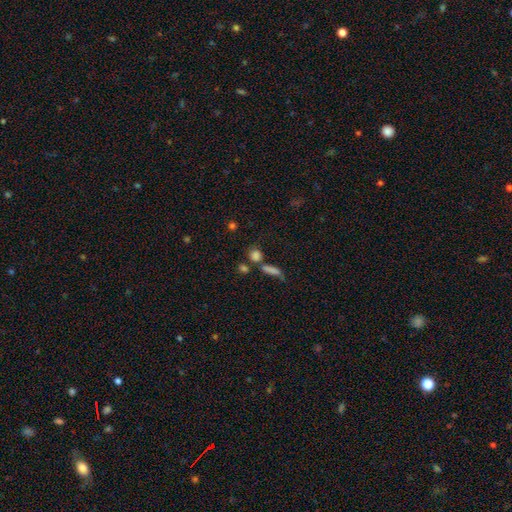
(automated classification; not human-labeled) Smooth or featured: smooth — 79% (star or artifact — 14%)
How rounded: round — 68% (in between — 24%)
Merging: none — 56% (merger — 28%)